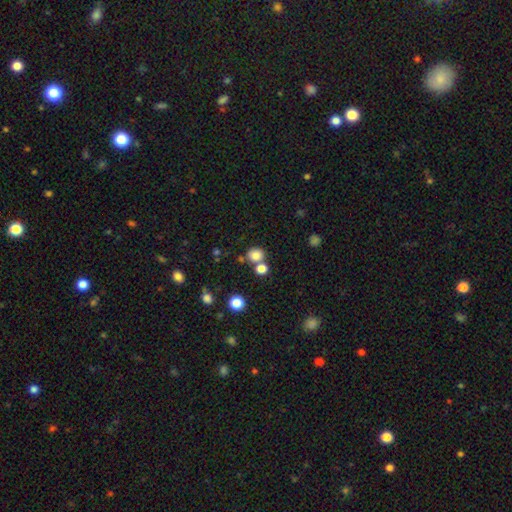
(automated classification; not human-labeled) Smooth or featured?
  - smooth: 81% *
  - star or artifact: 13%
  - featured or disk: 6%
How rounded?
  - round: 73% *
  - in between: 26%
  - cigar-shaped: 1%
Merging?
  - none: 64% *
  - merger: 23%
  - minor disturbance: 9%
  - major disturbance: 4%